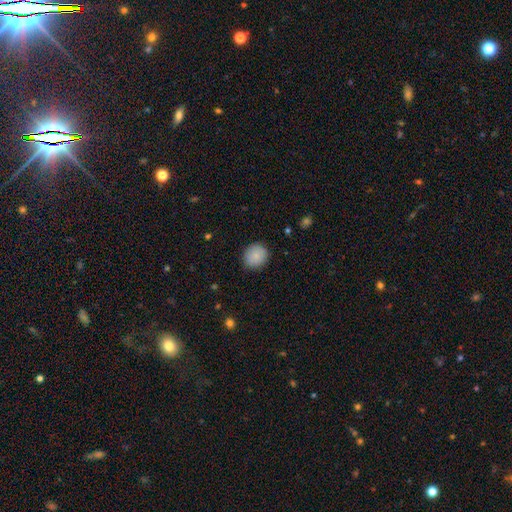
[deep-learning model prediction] This is clearly a smooth galaxy (87%). How rounded: clearly round (86%). Merging: clearly none (88%).